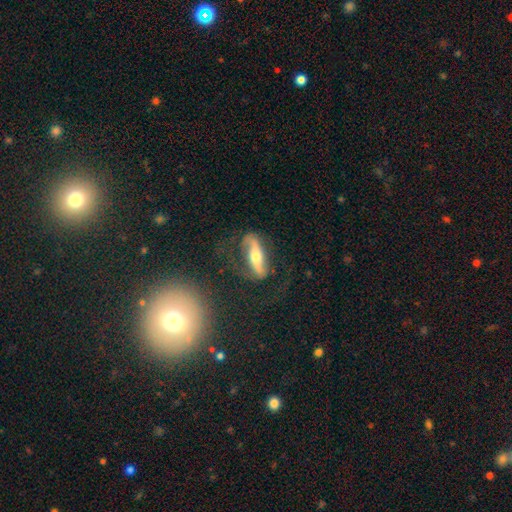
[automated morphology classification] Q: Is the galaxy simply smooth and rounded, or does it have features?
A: featured or disk — 68%.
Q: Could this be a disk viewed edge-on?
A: no — 58%.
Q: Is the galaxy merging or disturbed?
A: none — 62%.